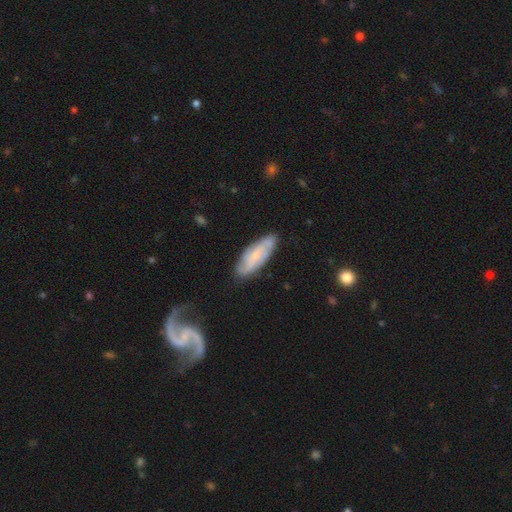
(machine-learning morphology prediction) type=featured or disk (55%); edge-on=no (85%); merging=none (76%).